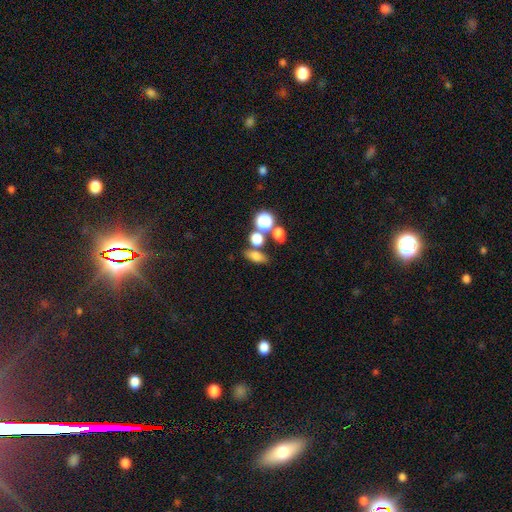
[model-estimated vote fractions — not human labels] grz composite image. It shows a smooth galaxy with no disk features (71%) that is in between round and cigar-shaped (68%). Merging: none (66%).